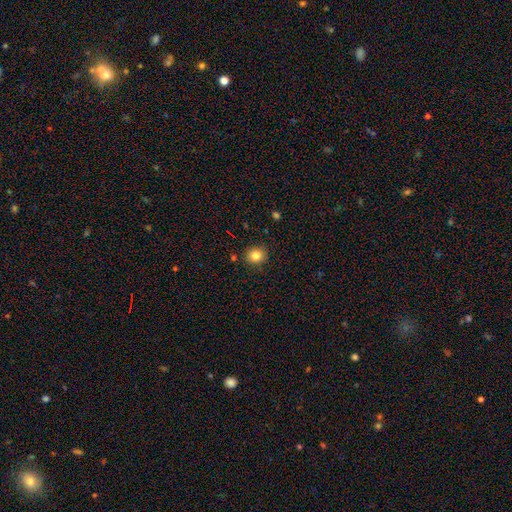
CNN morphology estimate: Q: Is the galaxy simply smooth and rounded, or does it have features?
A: smooth — 83%.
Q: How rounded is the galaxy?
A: round — 84%.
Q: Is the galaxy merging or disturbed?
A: none — 89%.